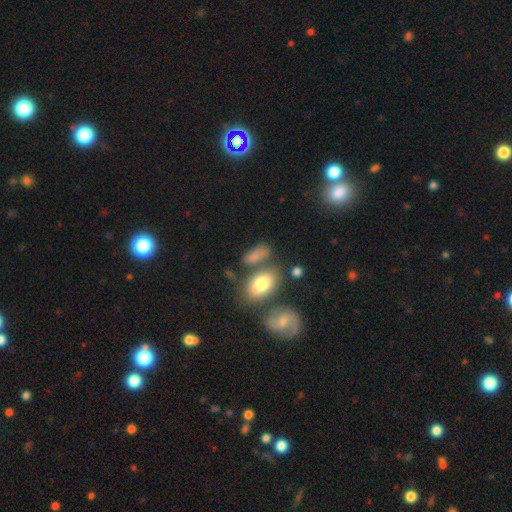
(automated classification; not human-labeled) Smooth or featured? Predicted: smooth (p=0.75). How rounded? Predicted: in between (p=0.85). Merging? Predicted: none (p=0.54).